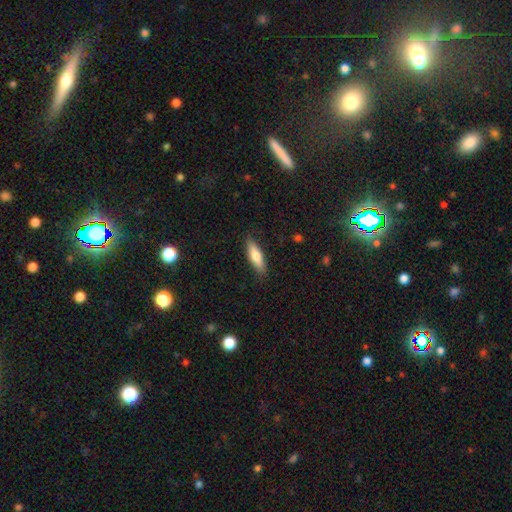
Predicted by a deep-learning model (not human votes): A smooth galaxy with no disk features (74%) that is cigar-shaped (56%). Merging: none (87%).